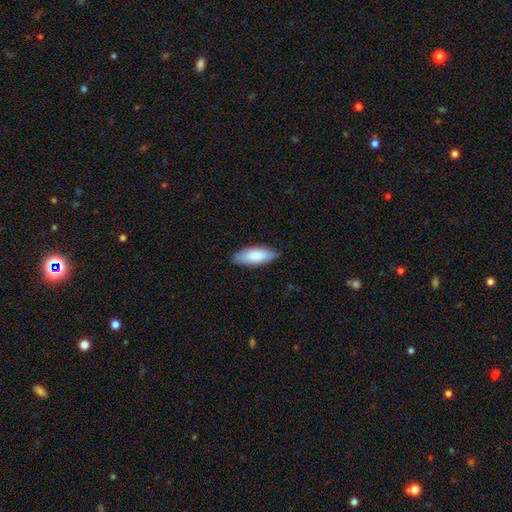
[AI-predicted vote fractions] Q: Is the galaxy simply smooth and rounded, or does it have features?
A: smooth — 86%.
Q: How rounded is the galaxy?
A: in between — 75%.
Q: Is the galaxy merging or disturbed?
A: none — 85%.